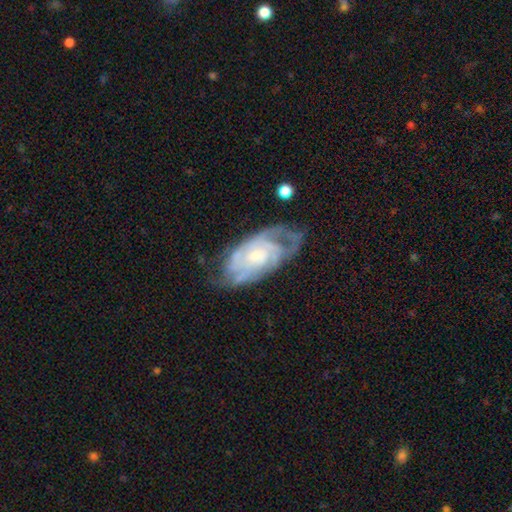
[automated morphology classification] The model was most divided on "spiral arm count": can't tell: 38%, 2: 23%, 3: 19%, 4: 10%, 1: 5%, more than 4: 5%. More confident: edge-on disk — no (95%); spiral arms — yes (94%); smooth or featured — featured or disk (84%); bar — no (66%); spiral winding — tight (62%); merging — none (60%); bulge size — small (52%).